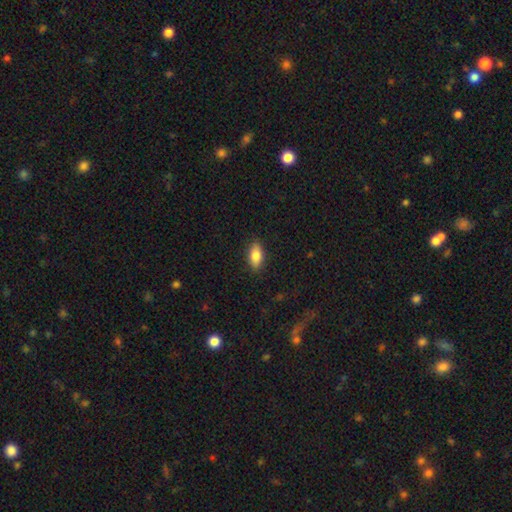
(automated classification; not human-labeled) This appears to be a smooth galaxy with no disk features (81%) that is in between round and cigar-shaped (87%). Merging: none (88%).